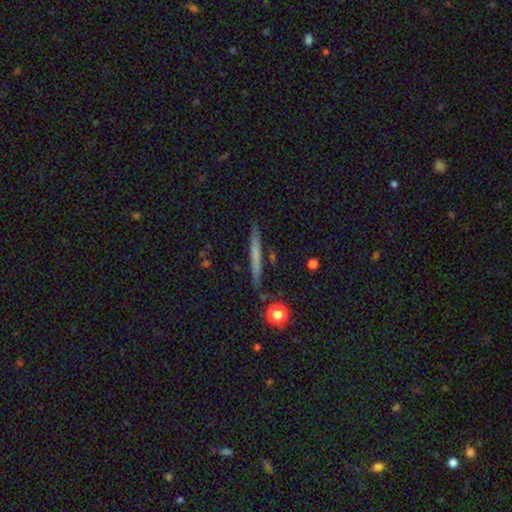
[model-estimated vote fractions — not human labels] This appears to be a smooth galaxy with no disk features (57%) that is cigar-shaped (94%). Merging: none (87%).